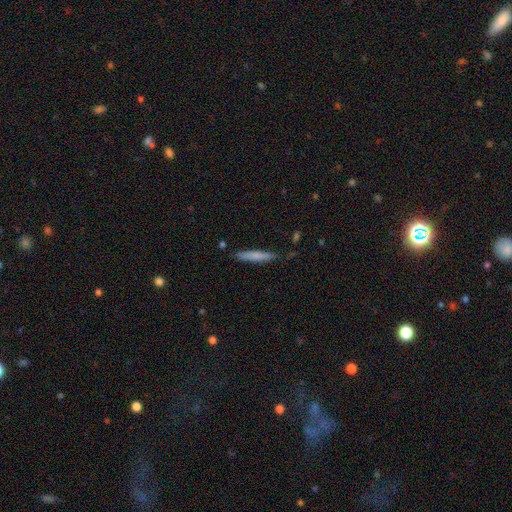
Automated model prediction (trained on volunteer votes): Q: Smooth or featured?
A: smooth (74%); runner-up: featured or disk (21%)
Q: How rounded?
A: cigar-shaped (93%); runner-up: in between (5%)
Q: Merging?
A: none (84%); runner-up: minor disturbance (12%)